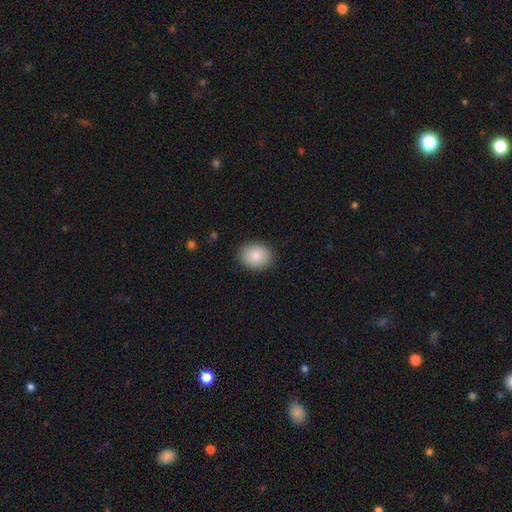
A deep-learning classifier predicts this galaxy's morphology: Overall: smooth (85%). How rounded: round (60%; in between 40%). Merging: none (89%).